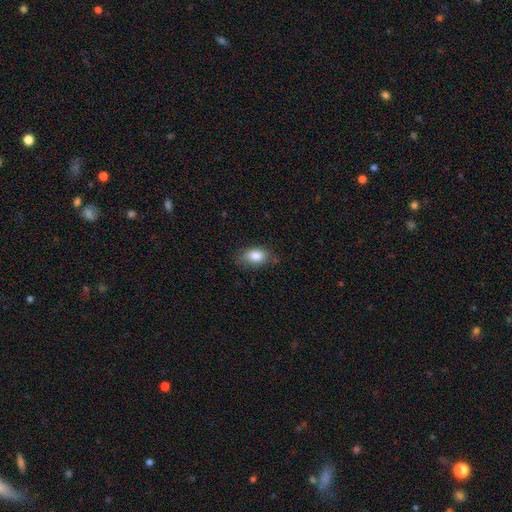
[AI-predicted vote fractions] Smooth or featured: smooth — 84% (featured or disk — 8%)
How rounded: in between — 86% (round — 12%)
Merging: none — 70% (minor disturbance — 23%)